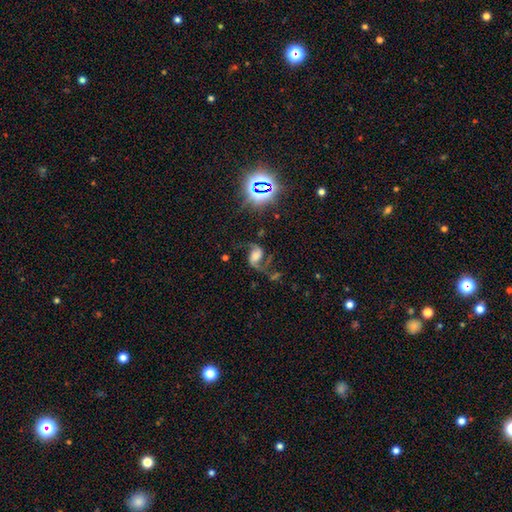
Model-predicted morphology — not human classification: Smooth or featured?
  - featured or disk: 75% *
  - star or artifact: 13%
  - smooth: 11%
Edge-on disk?
  - no: 97% *
  - yes: 3%
Bar?
  - no: 48% *
  - weak: 33%
  - strong: 19%
Spiral arms?
  - yes: 94% *
  - no: 6%
Spiral winding?
  - loose: 69% *
  - medium: 26%
  - tight: 5%
Spiral arm count?
  - 2: 89% *
  - 1: 6%
  - can't tell: 2%
  - 3: 1%
  - 4: 1%
  - more than 4: 1%
Bulge size?
  - moderate: 28% *
  - large: 26%
  - small: 19%
  - none: 18%
  - dominant: 8%
Merging?
  - none: 56% *
  - major disturbance: 22%
  - minor disturbance: 17%
  - merger: 5%